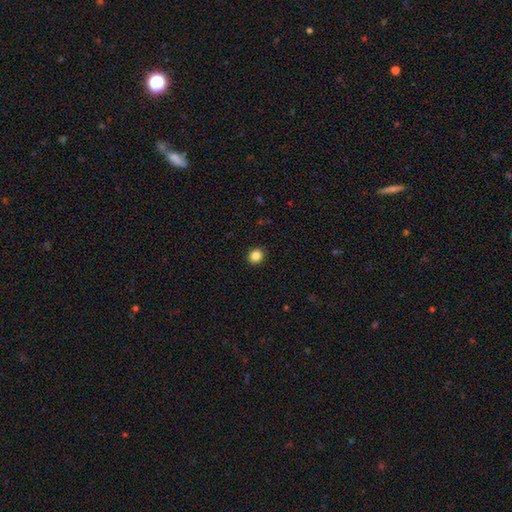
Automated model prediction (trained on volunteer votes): The model was most divided on "how rounded": round: 85%, in between: 14%, cigar-shaped: 1%. More confident: merging — none (92%); smooth or featured — smooth (85%).